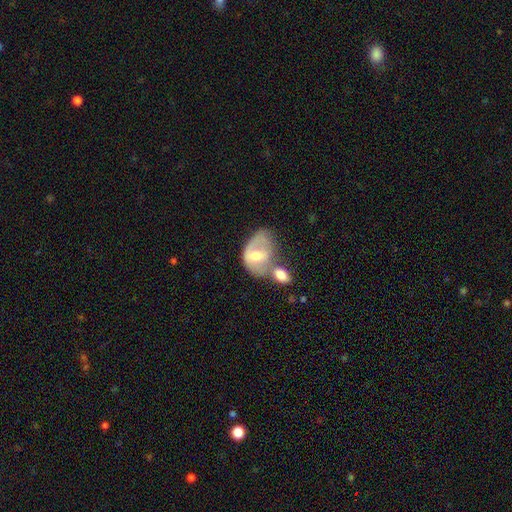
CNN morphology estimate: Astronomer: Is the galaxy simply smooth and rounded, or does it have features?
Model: smooth — 47% (runner-up: featured or disk, 46%).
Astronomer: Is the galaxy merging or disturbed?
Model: merger — 47%.